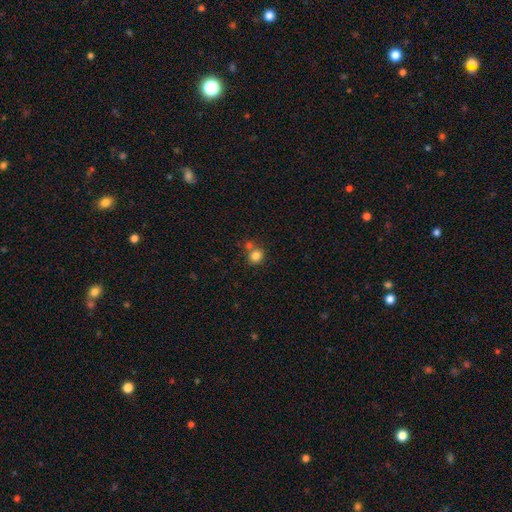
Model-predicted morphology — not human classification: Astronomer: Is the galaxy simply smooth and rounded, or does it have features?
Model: smooth — 82%.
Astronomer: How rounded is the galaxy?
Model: round — 79%.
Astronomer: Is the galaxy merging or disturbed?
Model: none — 56%.